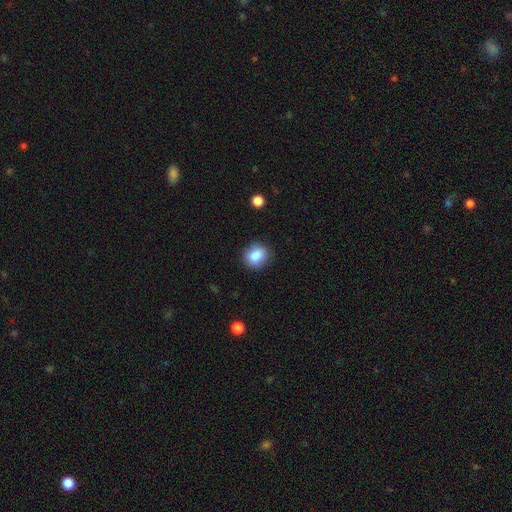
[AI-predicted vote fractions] Q: Smooth or featured?
A: smooth (87%); runner-up: star or artifact (8%)
Q: How rounded?
A: round (70%); runner-up: in between (29%)
Q: Merging?
A: none (86%); runner-up: minor disturbance (10%)